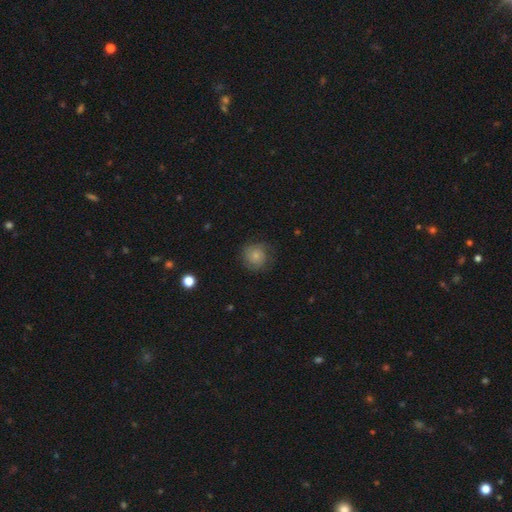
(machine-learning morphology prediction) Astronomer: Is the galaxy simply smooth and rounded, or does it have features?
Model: smooth — 63%.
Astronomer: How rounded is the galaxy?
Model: round — 90%.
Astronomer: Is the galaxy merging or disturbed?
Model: none — 73%.